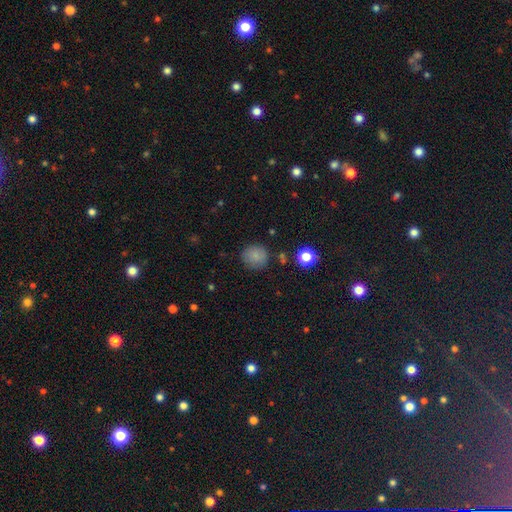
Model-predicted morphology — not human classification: Smooth or featured?
  - smooth: 82% *
  - star or artifact: 11%
  - featured or disk: 6%
How rounded?
  - round: 89% *
  - in between: 11%
  - cigar-shaped: 1%
Merging?
  - none: 80% *
  - minor disturbance: 13%
  - major disturbance: 4%
  - merger: 3%